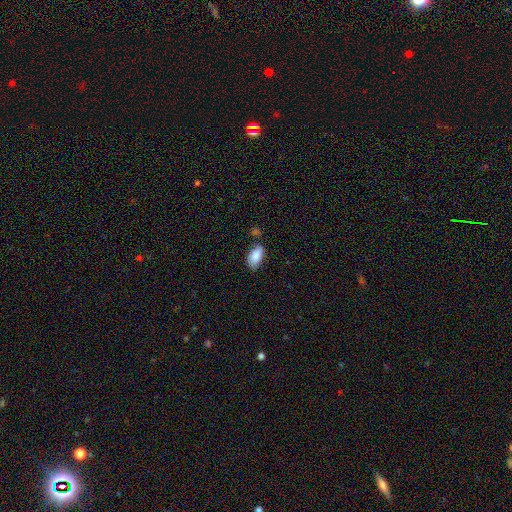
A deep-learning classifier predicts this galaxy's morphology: This appears to be a smooth galaxy with no disk features (87%) that is in between round and cigar-shaped (93%). Merging: none (60%).